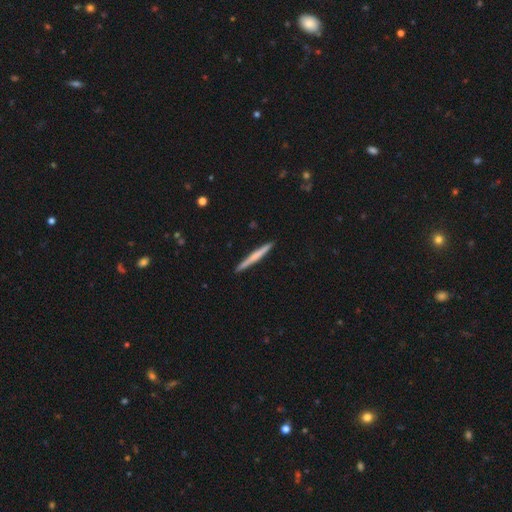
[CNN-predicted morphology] smooth_or_featured: smooth (p=0.53) [alt: featured or disk p=0.42]
how_rounded: cigar-shaped (p=0.97) [alt: in between p=0.02]
merging: none (p=0.92) [alt: minor disturbance p=0.06]